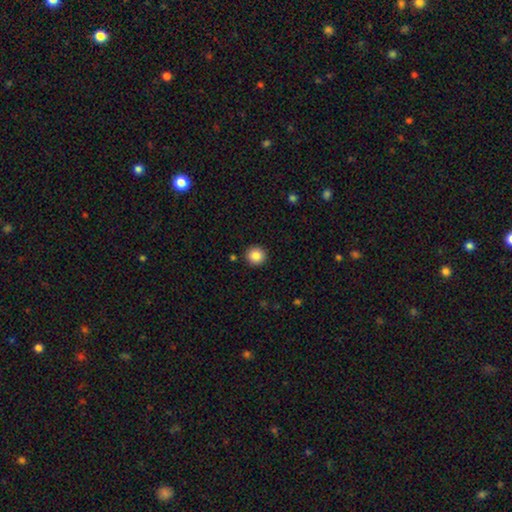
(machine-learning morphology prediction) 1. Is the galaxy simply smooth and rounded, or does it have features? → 85% smooth, 9% star or artifact, 6% featured or disk.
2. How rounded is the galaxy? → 94% round, 5% in between, 1% cigar-shaped.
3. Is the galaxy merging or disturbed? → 92% none, 5% minor disturbance, 2% major disturbance, 1% merger.